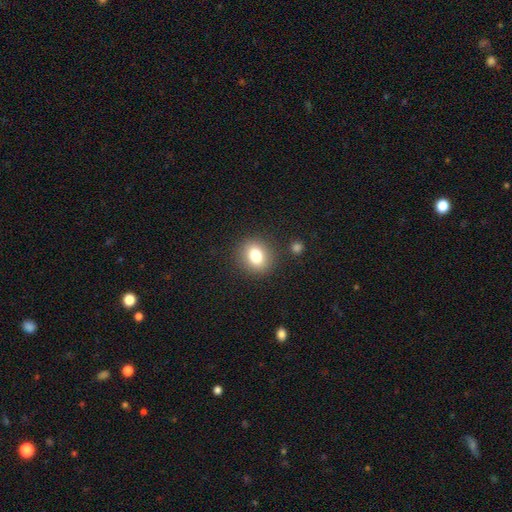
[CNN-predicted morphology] Smooth or featured: smooth — 80% (star or artifact — 11%)
How rounded: round — 63% (in between — 36%)
Merging: none — 86% (minor disturbance — 8%)